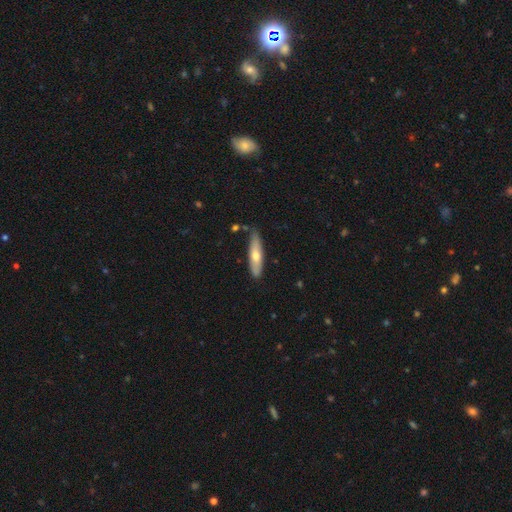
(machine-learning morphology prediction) Smooth or featured? Predicted: smooth (p=0.59). How rounded? Predicted: cigar-shaped (p=0.71). Merging? Predicted: none (p=0.74).